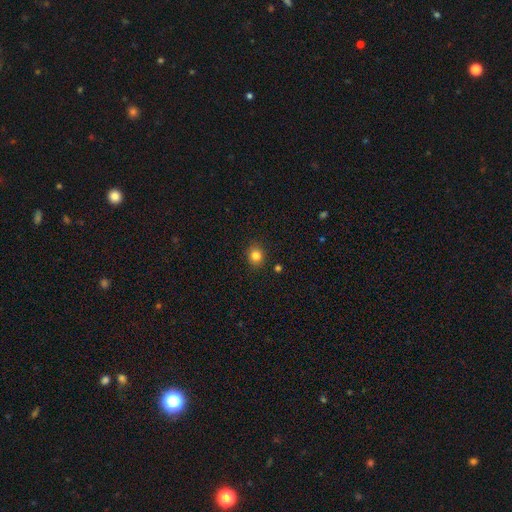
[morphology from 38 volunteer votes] Q: Smooth or featured?
A: smooth (79%); runner-up: featured or disk (13%)
Q: How rounded?
A: round (73%); runner-up: in between (27%)
Q: Merging?
A: none (94%); runner-up: minor disturbance (6%)